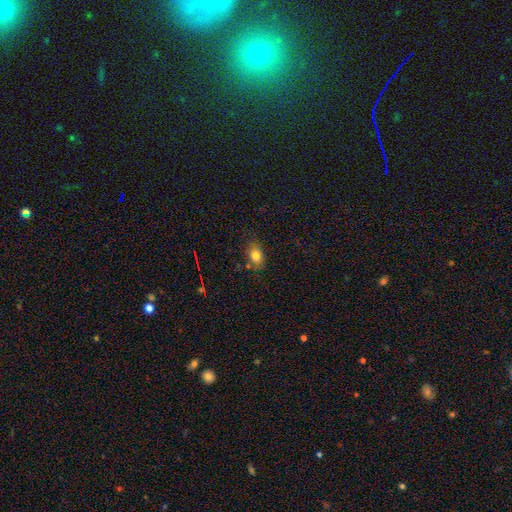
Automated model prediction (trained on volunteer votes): Q: Smooth or featured?
A: smooth (79%); runner-up: star or artifact (11%)
Q: How rounded?
A: in between (79%); runner-up: round (19%)
Q: Merging?
A: none (76%); runner-up: minor disturbance (16%)